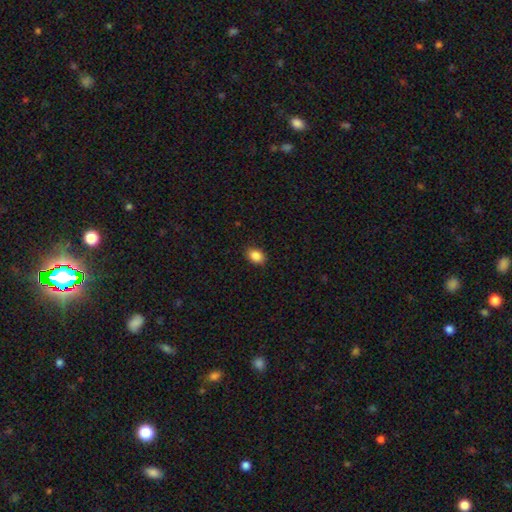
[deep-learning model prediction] smooth-or-featured: smooth: 88% | star or artifact: 9% | featured or disk: 4%
  how-rounded: in between: 77% | round: 21% | cigar-shaped: 1%
  merging: none: 87% | minor disturbance: 9% | major disturbance: 2% | merger: 1%